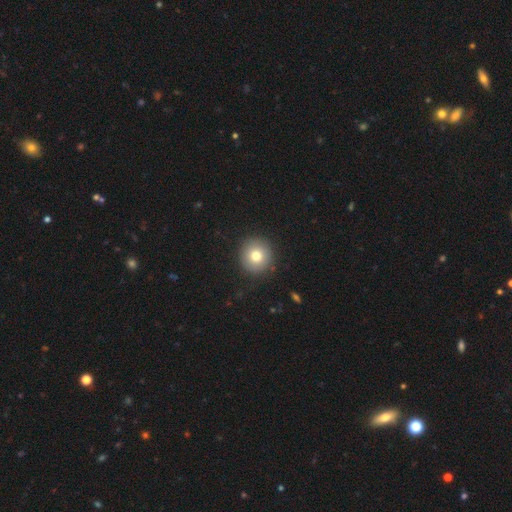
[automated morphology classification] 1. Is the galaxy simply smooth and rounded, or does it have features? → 76% smooth, 13% featured or disk, 10% star or artifact.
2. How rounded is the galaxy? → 94% round, 5% in between, 1% cigar-shaped.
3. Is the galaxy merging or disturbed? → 90% none, 7% minor disturbance, 2% major disturbance, 1% merger.